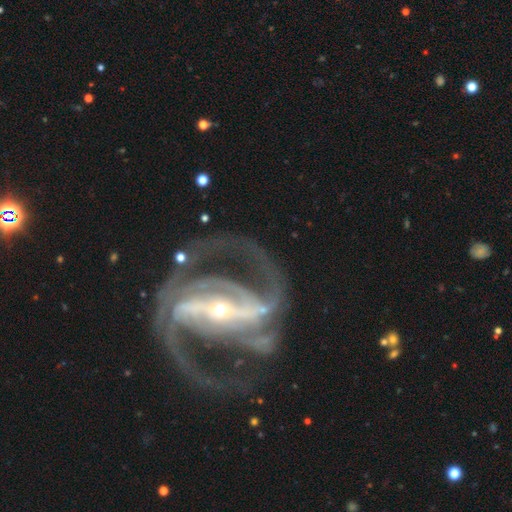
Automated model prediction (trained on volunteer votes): smooth-or-featured: featured or disk: 93% | star or artifact: 5% | smooth: 2%
  disk-edge-on: no: 97% | yes: 3%
    bar: strong: 82% | weak: 13% | no: 6%
    has-spiral-arms: yes: 98% | no: 2%
      spiral-winding: medium: 60% | tight: 24% | loose: 17%
      spiral-arm-count: 2: 86% | 3: 5% | can't tell: 3% | 4: 2% | 1: 2% | more than 4: 2%
    bulge-size: small: 73% | moderate: 22% | large: 2% | none: 1% | dominant: 1%
  merging: none: 71% | minor disturbance: 13% | major disturbance: 13% | merger: 3%